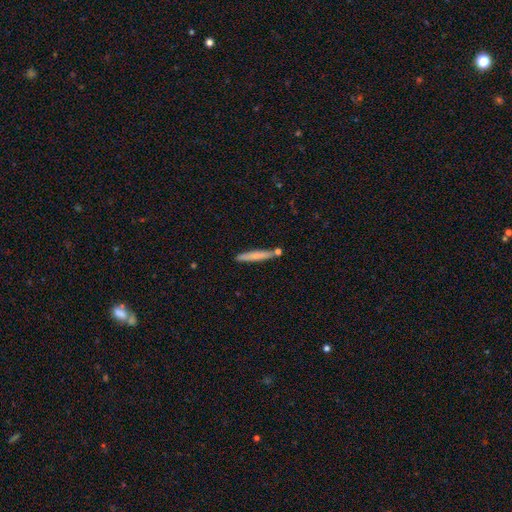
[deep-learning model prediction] smooth 66%, featured or disk 28%, star or artifact 6%. Down the decision tree: how rounded — cigar-shaped (95%); merging — none (80%).